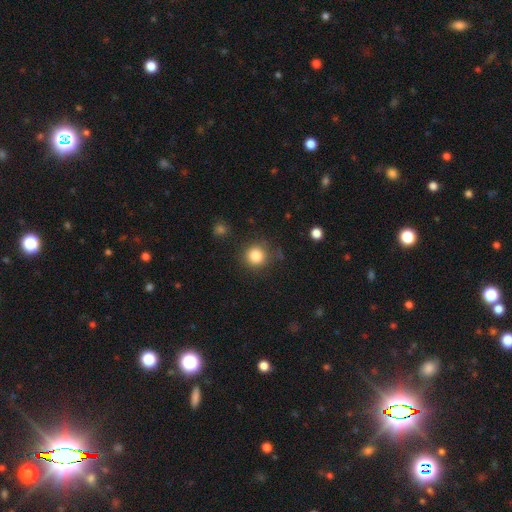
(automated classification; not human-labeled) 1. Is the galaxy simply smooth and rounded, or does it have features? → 84% smooth, 11% star or artifact, 5% featured or disk.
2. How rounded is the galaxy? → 93% round, 6% in between, 1% cigar-shaped.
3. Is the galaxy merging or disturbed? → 83% none, 10% minor disturbance, 4% major disturbance, 3% merger.